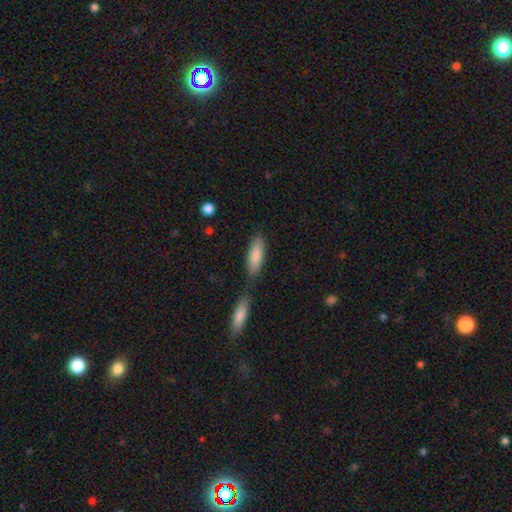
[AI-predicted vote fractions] A smooth galaxy with no disk features (85%) that is in between round and cigar-shaped (52%). Merging: none (67%).